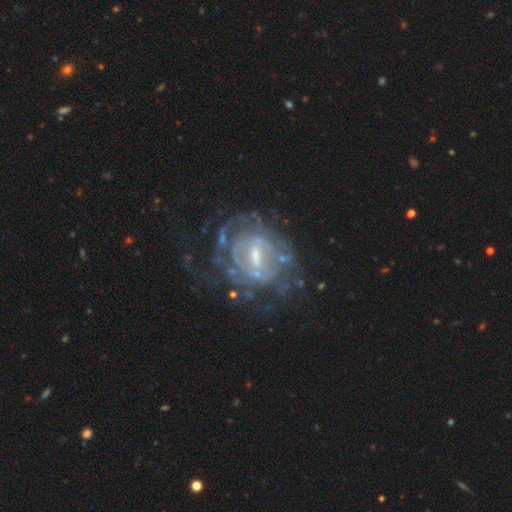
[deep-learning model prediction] featured or disk 83%, smooth 8%, star or artifact 8%. Down the decision tree: edge-on disk — no (97%); bar — weak (52%); spiral arms — yes (78%); spiral arm count — can't tell (56%); spiral winding — tight (60%); bulge size — small (49%); merging — none (60%).